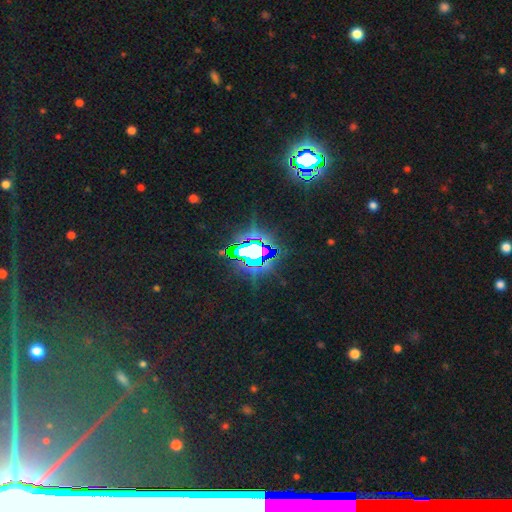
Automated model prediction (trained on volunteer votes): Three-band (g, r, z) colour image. It shows a star or artifact, not a galaxy (73%).